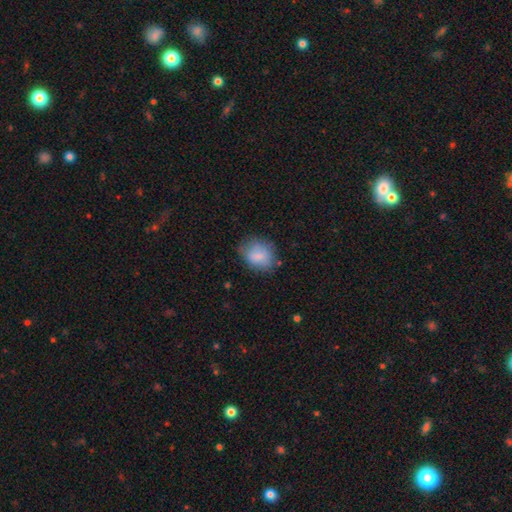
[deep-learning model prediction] A smooth galaxy with no disk features (79%) that is in between round and cigar-shaped (52%). Merging: none (66%).